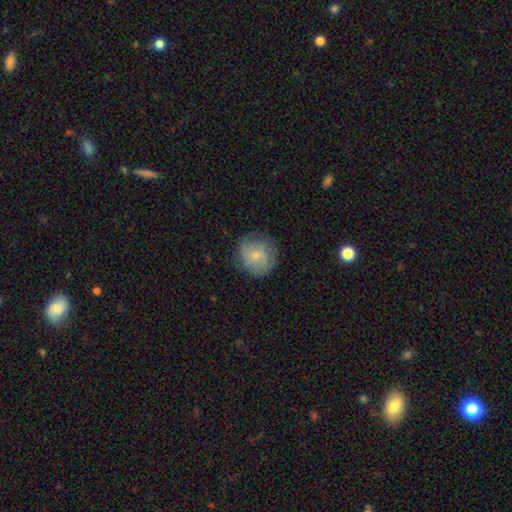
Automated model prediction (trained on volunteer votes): This appears to be a smooth galaxy with no disk features (60%) that is round (88%). Merging: none (68%).